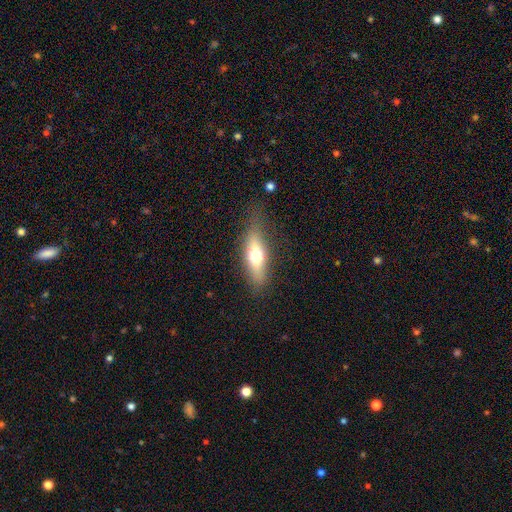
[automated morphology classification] Smooth or featured? smooth (58%)
How rounded? in between (49%)
Merging? none (77%)